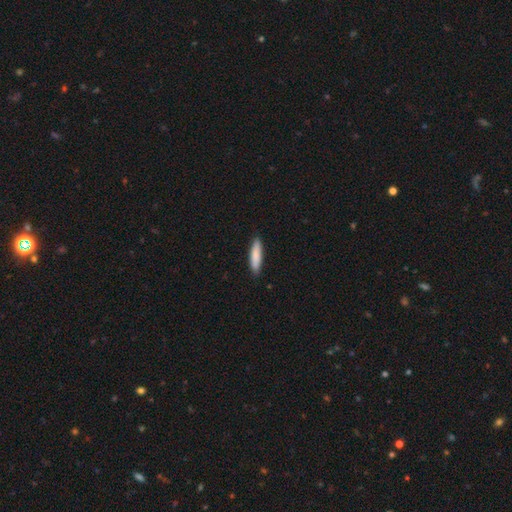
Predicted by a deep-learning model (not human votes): smooth 85%, featured or disk 10%, star or artifact 5%. Down the decision tree: how rounded — cigar-shaped (78%); merging — none (88%).